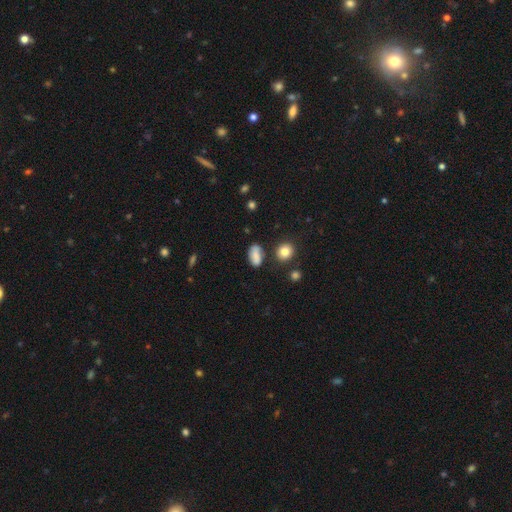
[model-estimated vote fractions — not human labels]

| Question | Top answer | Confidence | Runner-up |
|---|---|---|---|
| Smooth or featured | smooth | 76% | featured or disk (14%) |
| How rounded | in between | 87% | round (8%) |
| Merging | none | 67% | minor disturbance (21%) |